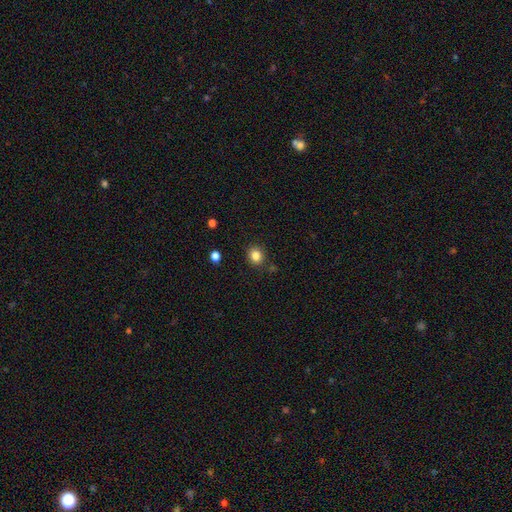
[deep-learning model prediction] smooth_or_featured: smooth (p=0.84) [alt: star or artifact p=0.11]
how_rounded: round (p=0.77) [alt: in between p=0.22]
merging: none (p=0.85) [alt: minor disturbance p=0.09]